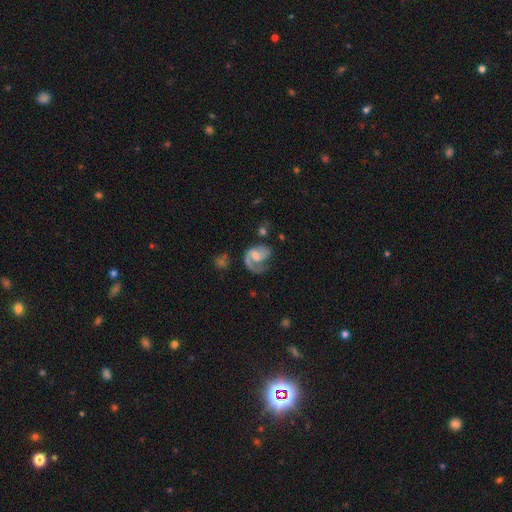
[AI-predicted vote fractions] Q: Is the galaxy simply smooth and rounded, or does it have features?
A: featured or disk — 73%.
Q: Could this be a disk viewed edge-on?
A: no — 98%.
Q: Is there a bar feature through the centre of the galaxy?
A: no — 46%.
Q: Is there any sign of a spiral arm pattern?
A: yes — 88%.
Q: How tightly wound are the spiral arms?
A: medium — 44%.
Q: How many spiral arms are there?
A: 1 — 55%.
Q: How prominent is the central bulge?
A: moderate — 34%, tied with small.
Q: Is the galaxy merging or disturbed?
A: none — 38%.